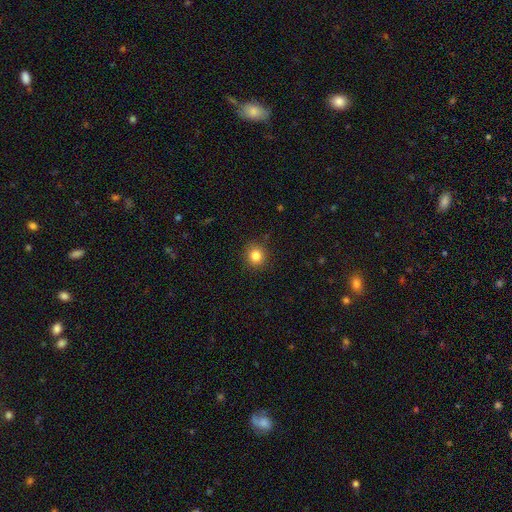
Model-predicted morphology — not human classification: type=smooth (83%); roundness=round (90%); merging=none (90%).